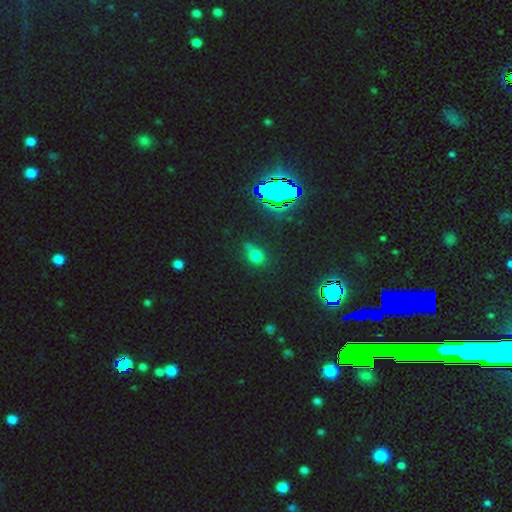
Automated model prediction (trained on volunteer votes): Smooth or featured? smooth (52%)
How rounded? round (61%)
Merging? none (63%)